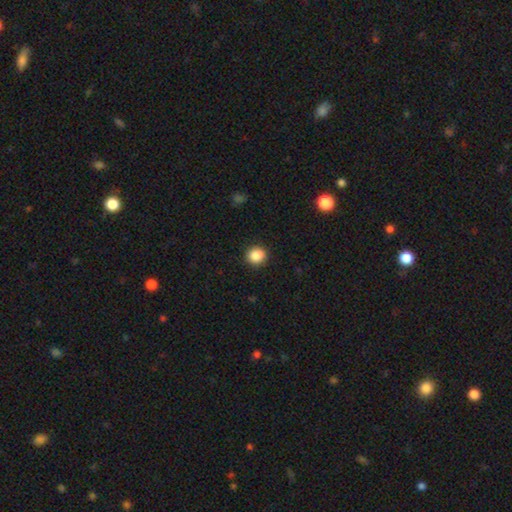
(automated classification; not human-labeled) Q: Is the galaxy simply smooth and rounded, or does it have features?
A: smooth — 87%.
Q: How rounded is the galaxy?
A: round — 79%.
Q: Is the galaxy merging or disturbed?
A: none — 88%.